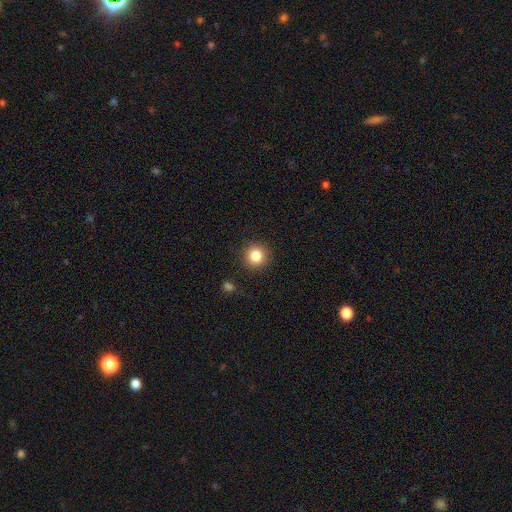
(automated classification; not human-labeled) The model was most divided on "smooth or featured": smooth: 84%, star or artifact: 11%, featured or disk: 6%. More confident: how rounded — round (93%); merging — none (90%).